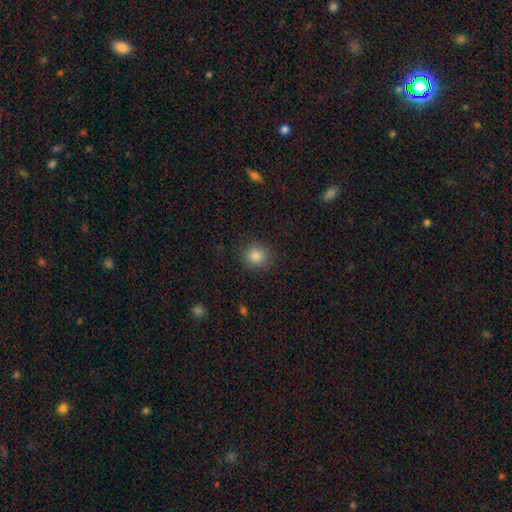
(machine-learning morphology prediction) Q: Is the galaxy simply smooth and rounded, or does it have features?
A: smooth — 85%.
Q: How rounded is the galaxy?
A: round — 83%.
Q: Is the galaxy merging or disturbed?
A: none — 88%.